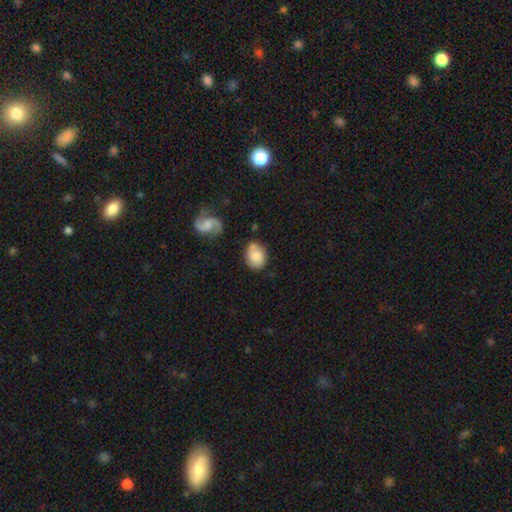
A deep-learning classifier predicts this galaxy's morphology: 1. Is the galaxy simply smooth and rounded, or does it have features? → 70% smooth, 22% featured or disk, 8% star or artifact.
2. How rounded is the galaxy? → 58% in between, 41% round, 1% cigar-shaped.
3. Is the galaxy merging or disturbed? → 66% none, 23% minor disturbance, 6% merger, 5% major disturbance.